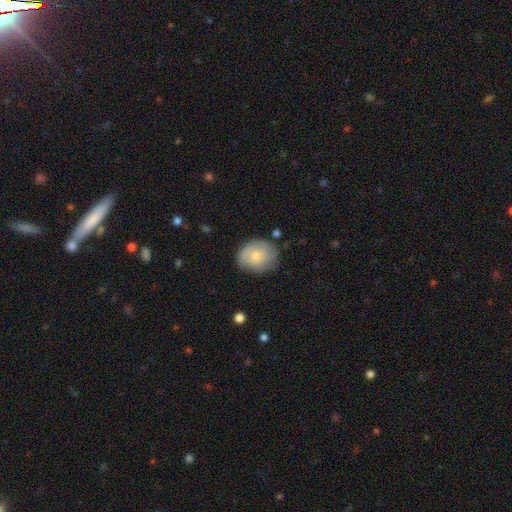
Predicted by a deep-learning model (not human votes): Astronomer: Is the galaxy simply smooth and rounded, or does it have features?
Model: smooth — 62%.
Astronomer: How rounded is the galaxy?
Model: round — 61% (runner-up: in between, 37%).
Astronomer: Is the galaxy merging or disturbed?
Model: none — 68%.